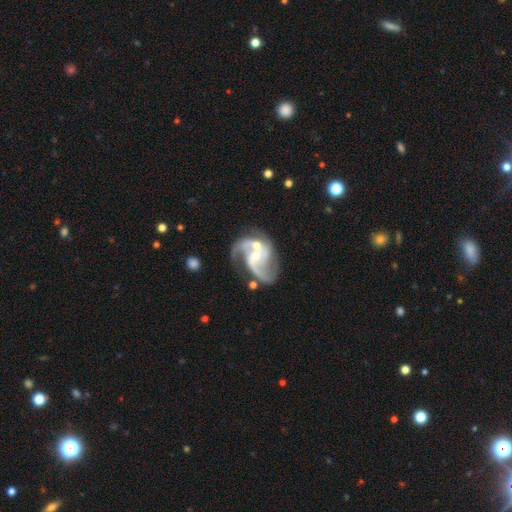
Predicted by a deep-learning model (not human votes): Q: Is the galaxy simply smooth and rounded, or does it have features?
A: featured or disk — 88%.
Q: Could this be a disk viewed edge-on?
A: no — 98%.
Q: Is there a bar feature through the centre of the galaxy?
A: no — 50%.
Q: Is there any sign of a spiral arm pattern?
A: yes — 96%.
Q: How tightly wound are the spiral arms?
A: medium — 50%.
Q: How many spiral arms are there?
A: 2 — 75%.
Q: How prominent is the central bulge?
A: small — 47%.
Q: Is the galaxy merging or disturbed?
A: none — 37%.